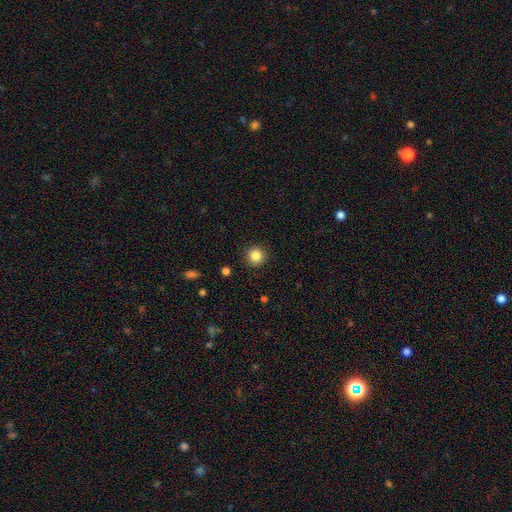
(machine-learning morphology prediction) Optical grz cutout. It shows a smooth galaxy with no disk features (85%) that is round (94%). Merging: none (91%).